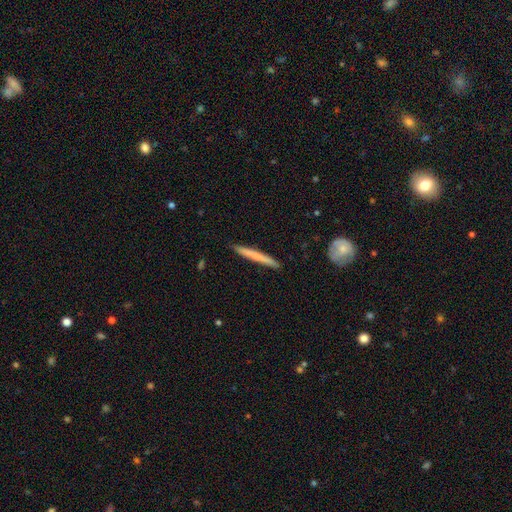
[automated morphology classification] Q: Smooth or featured?
A: smooth (63%); runner-up: featured or disk (32%)
Q: How rounded?
A: cigar-shaped (97%); runner-up: in between (2%)
Q: Merging?
A: none (91%); runner-up: minor disturbance (6%)